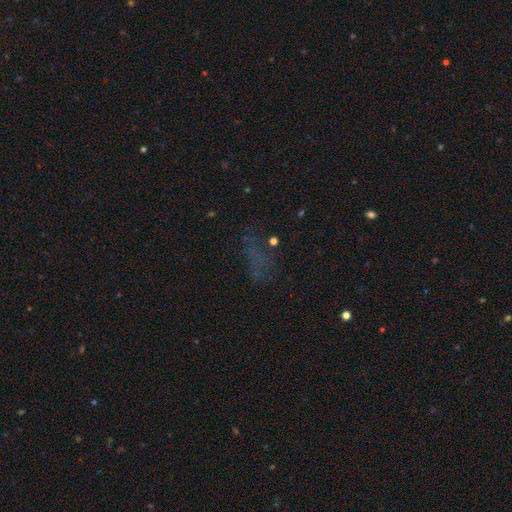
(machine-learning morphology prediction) Smooth or featured?
  - star or artifact: 44% *
  - smooth: 36%
  - featured or disk: 20%